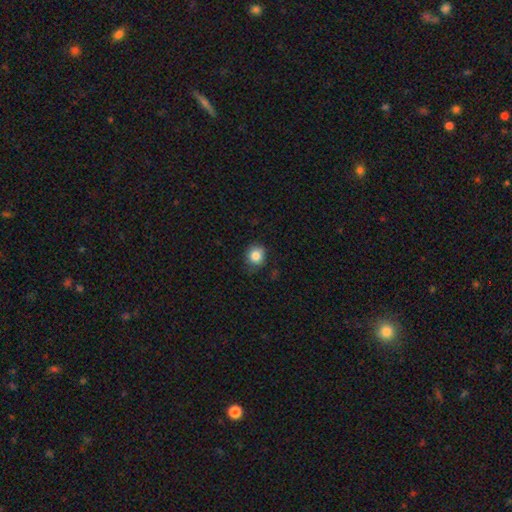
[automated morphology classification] smooth-or-featured: smooth: 84% | star or artifact: 10% | featured or disk: 6%
  how-rounded: round: 80% | in between: 20% | cigar-shaped: 1%
  merging: none: 76% | minor disturbance: 19% | major disturbance: 4% | merger: 1%